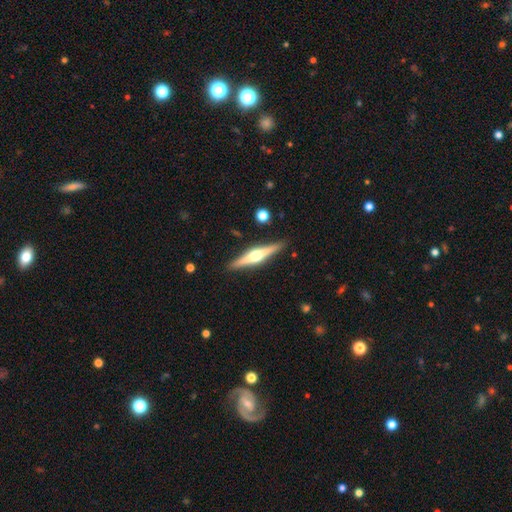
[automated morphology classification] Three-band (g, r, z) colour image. It shows a featured or disk galaxy (79%) viewed edge-on (98%) with a rounded central bulge (95%). Merging: none (91%).